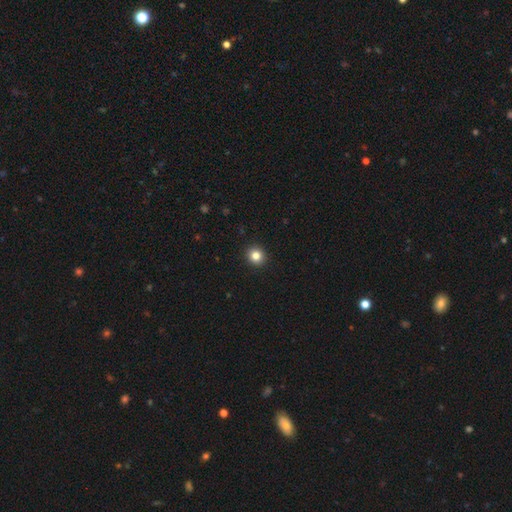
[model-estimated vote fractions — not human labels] Smooth or featured: smooth — 83% (star or artifact — 11%)
How rounded: round — 90% (in between — 9%)
Merging: none — 94% (minor disturbance — 4%)